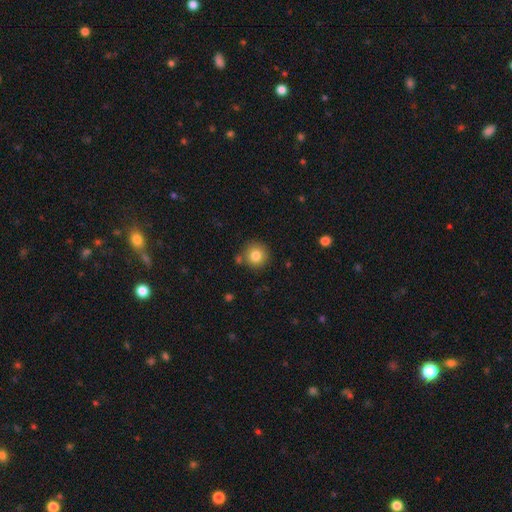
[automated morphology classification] Smooth or featured? Predicted: smooth (p=0.82). How rounded? Predicted: round (p=0.94). Merging? Predicted: none (p=0.82).